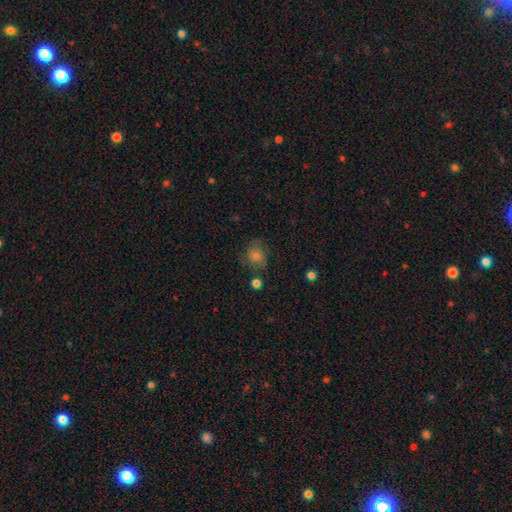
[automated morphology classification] smooth-or-featured: smooth: 64% | featured or disk: 19% | star or artifact: 17%
  how-rounded: round: 76% | in between: 23% | cigar-shaped: 1%
  merging: none: 69% | minor disturbance: 19% | major disturbance: 8% | merger: 3%